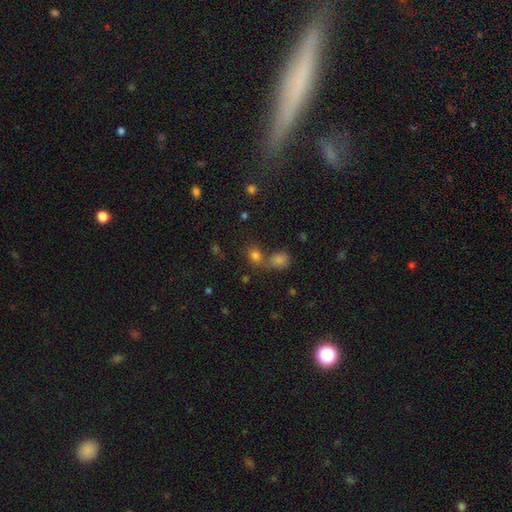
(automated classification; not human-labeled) Smooth or featured? Predicted: smooth (p=0.78). How rounded? Predicted: in between (p=0.53). Merging? Predicted: none (p=0.46).